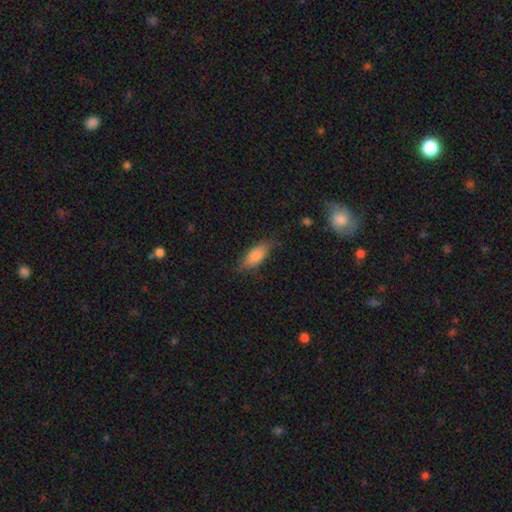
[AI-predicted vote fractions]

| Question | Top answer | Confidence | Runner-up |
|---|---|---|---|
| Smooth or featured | smooth | 84% | featured or disk (9%) |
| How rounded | in between | 80% | cigar-shaped (18%) |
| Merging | none | 72% | minor disturbance (21%) |